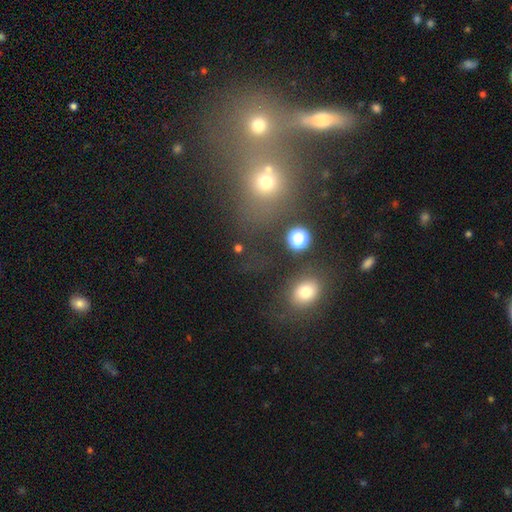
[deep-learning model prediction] smooth_or_featured: smooth (p=0.56) [alt: star or artifact p=0.31]
how_rounded: round (p=0.61) [alt: in between p=0.36]
merging: none (p=0.62) [alt: merger p=0.21]